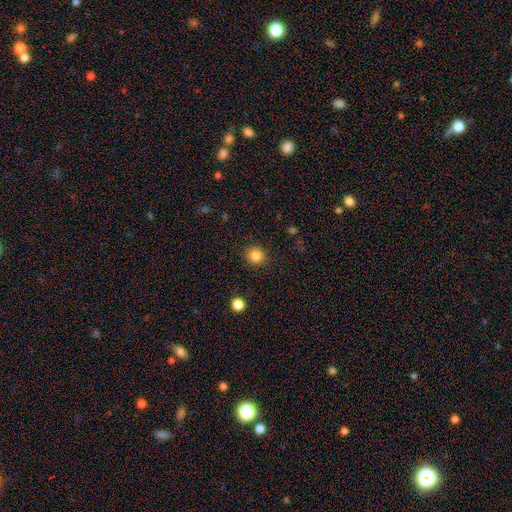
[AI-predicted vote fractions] Q: Smooth or featured?
A: smooth (84%); runner-up: star or artifact (12%)
Q: How rounded?
A: round (89%); runner-up: in between (10%)
Q: Merging?
A: none (91%); runner-up: minor disturbance (6%)